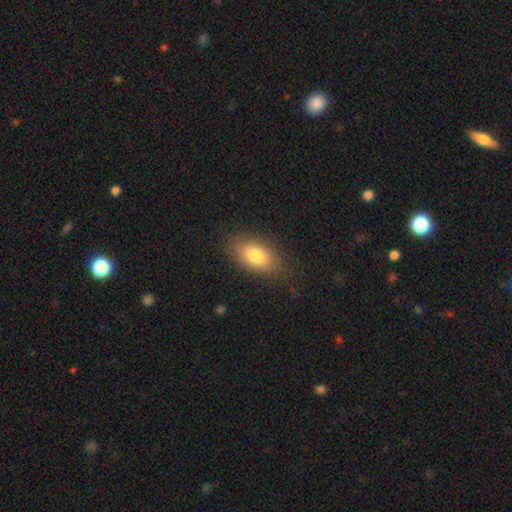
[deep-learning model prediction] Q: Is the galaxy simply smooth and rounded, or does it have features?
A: smooth — 80%.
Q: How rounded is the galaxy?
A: in between — 89%.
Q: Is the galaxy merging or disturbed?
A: none — 82%.